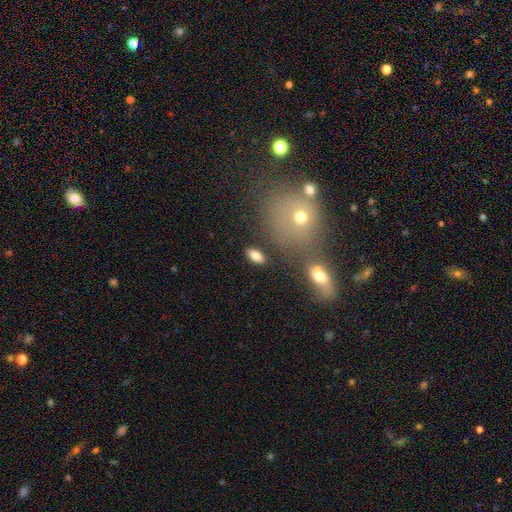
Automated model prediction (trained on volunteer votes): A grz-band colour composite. It shows a smooth galaxy with no disk features (77%) that is in between round and cigar-shaped (86%). Merging: none (84%).